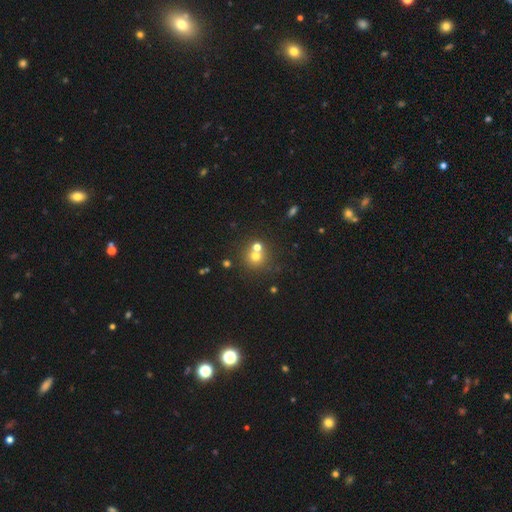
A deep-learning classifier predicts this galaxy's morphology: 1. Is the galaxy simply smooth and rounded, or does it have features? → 66% smooth, 19% star or artifact, 15% featured or disk.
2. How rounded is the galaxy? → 88% round, 11% in between, 1% cigar-shaped.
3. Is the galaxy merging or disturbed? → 54% none, 35% merger, 7% minor disturbance, 3% major disturbance.